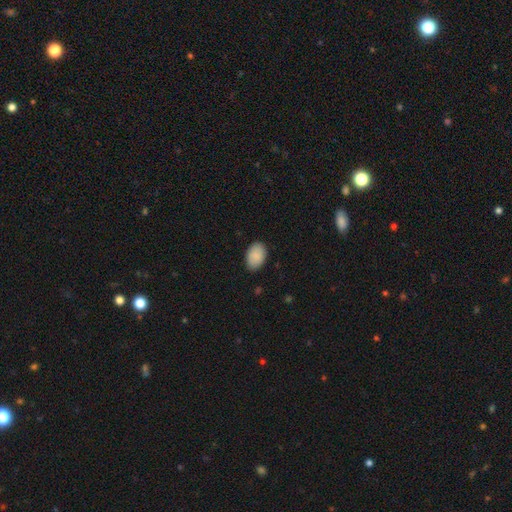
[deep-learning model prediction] This appears to be a smooth galaxy with no disk features (90%) that is in between round and cigar-shaped (88%). Merging: none (85%).